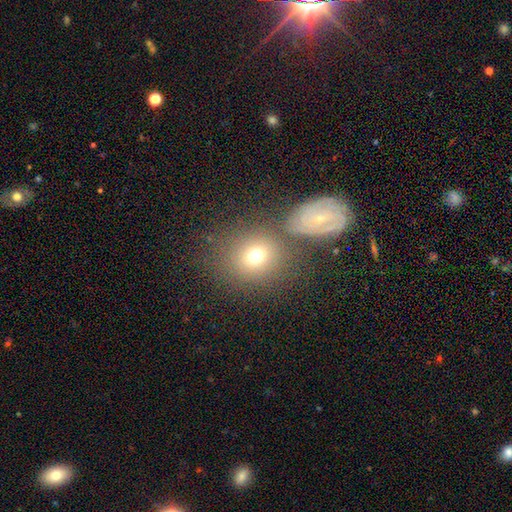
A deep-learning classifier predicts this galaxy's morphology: smooth 70%, featured or disk 17%, star or artifact 13%. Down the decision tree: how rounded — round (72%); merging — none (64%).